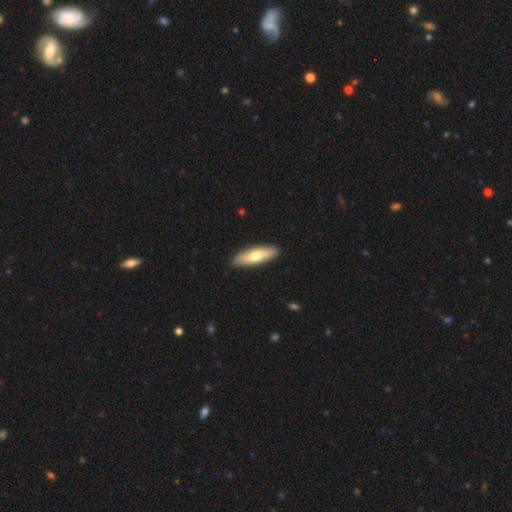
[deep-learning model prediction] Overall: smooth (65%; featured or disk 31%). How rounded: cigar-shaped (56%; in between 42%). Merging: none (89%).